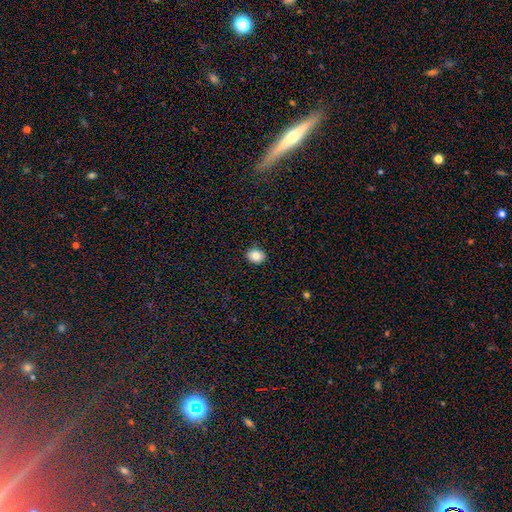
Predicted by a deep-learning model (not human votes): smooth 84%, star or artifact 9%, featured or disk 7%. Down the decision tree: how rounded — in between (50%, tied with round); merging — none (91%).